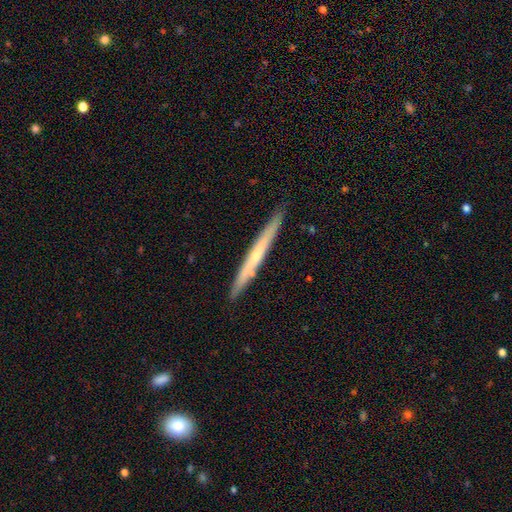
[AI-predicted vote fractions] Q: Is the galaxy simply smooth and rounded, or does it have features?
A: featured or disk — 56%.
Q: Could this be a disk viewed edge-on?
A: yes — 96%.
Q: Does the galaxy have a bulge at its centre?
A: none — 61%.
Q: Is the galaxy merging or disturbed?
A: none — 90%.